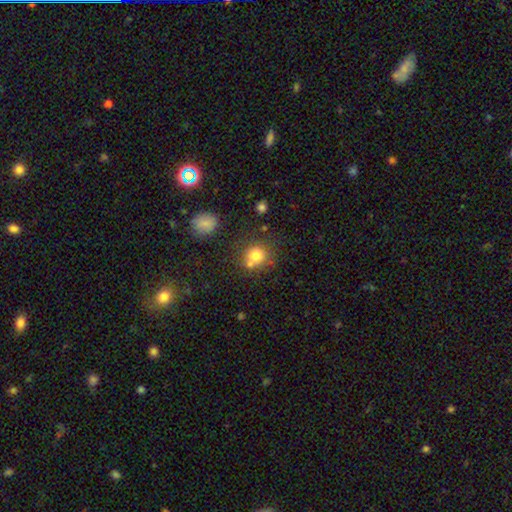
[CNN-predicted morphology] Smooth or featured? smooth (78%)
How rounded? round (85%)
Merging? none (61%)